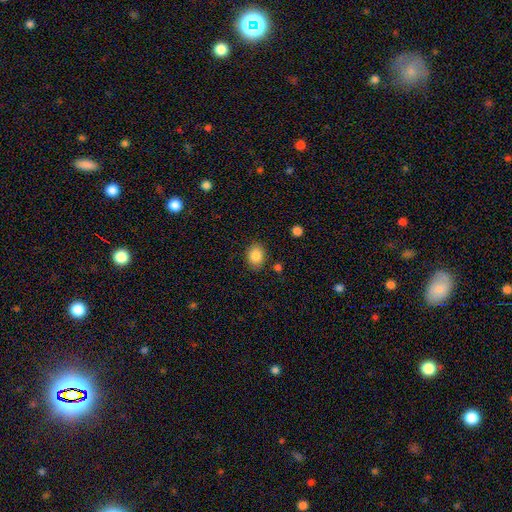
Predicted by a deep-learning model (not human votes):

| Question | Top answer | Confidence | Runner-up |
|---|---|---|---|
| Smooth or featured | smooth | 86% | star or artifact (9%) |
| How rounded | in between | 54% | round (45%) |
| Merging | none | 84% | minor disturbance (10%) |